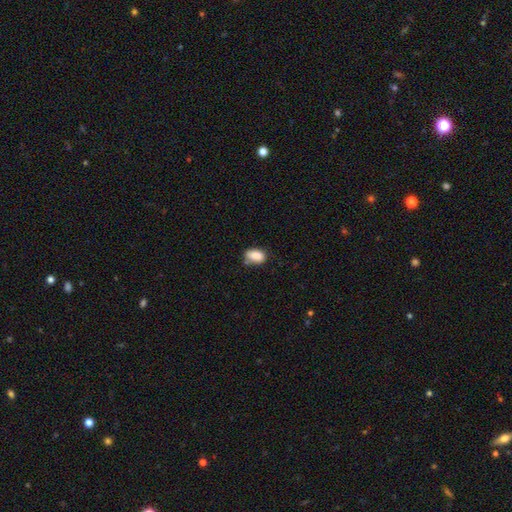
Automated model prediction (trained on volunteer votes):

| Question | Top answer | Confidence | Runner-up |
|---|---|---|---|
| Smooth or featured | smooth | 86% | star or artifact (8%) |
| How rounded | in between | 86% | round (11%) |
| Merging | none | 61% | minor disturbance (25%) |